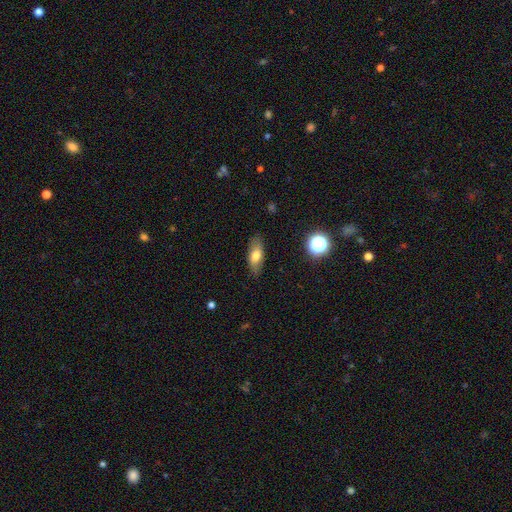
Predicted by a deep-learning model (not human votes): The model was most divided on "smooth or featured": smooth: 70%, featured or disk: 21%, star or artifact: 9%. More confident: merging — none (82%); how rounded — in between (75%).